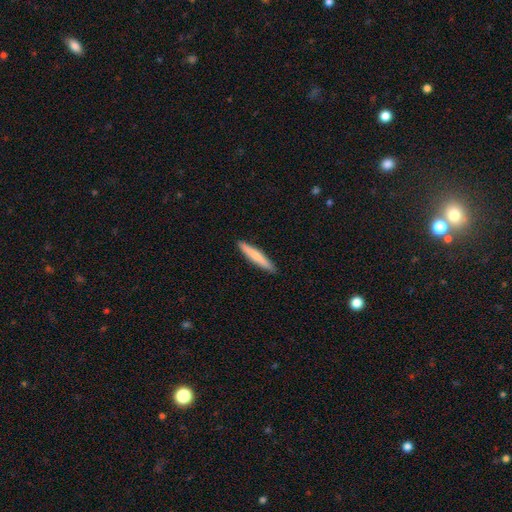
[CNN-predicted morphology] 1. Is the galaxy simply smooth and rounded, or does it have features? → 72% smooth, 23% featured or disk, 5% star or artifact.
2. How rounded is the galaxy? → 94% cigar-shaped, 5% in between, 1% round.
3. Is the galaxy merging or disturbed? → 91% none, 6% minor disturbance, 1% major disturbance, 1% merger.